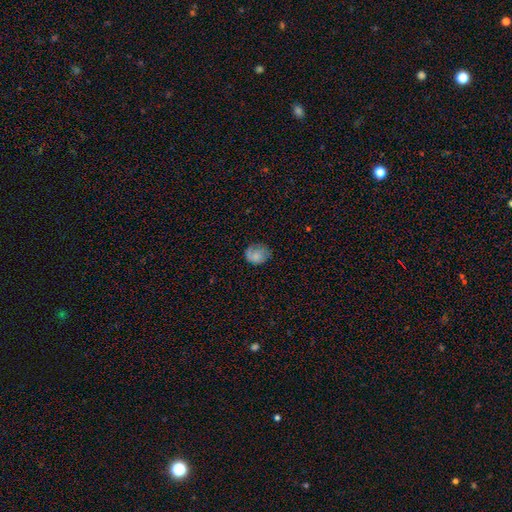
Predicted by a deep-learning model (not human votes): Overall: smooth (73%). How rounded: round (62%; in between 37%). Merging: none (64%; minor disturbance 26%).